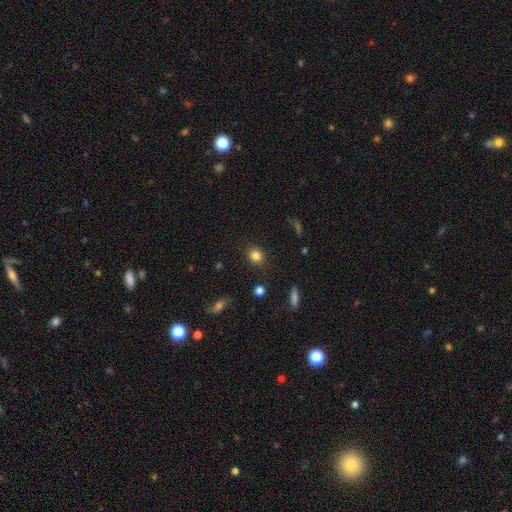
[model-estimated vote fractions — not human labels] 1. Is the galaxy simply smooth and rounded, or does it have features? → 83% smooth, 11% star or artifact, 6% featured or disk.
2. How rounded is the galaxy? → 71% round, 28% in between, 1% cigar-shaped.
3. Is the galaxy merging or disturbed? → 87% none, 9% minor disturbance, 3% major disturbance, 2% merger.